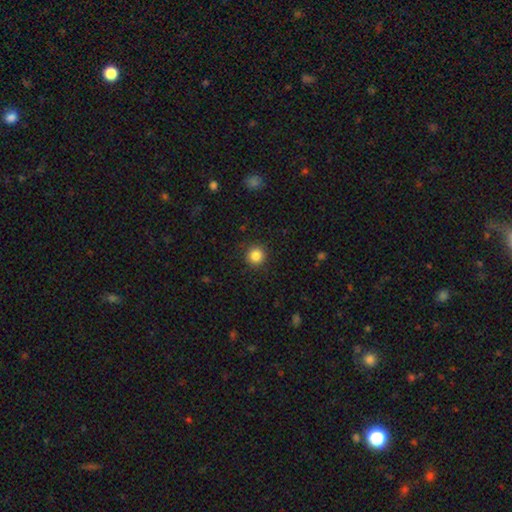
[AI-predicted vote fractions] Smooth or featured: smooth — 85% (star or artifact — 11%)
How rounded: round — 95% (in between — 4%)
Merging: none — 91% (minor disturbance — 6%)